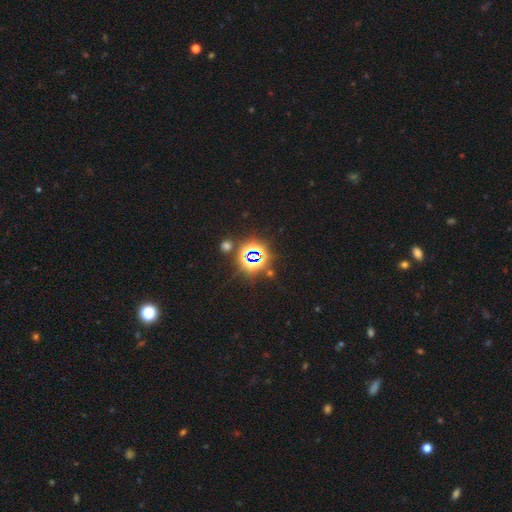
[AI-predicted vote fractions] Overall: star or artifact (74%).